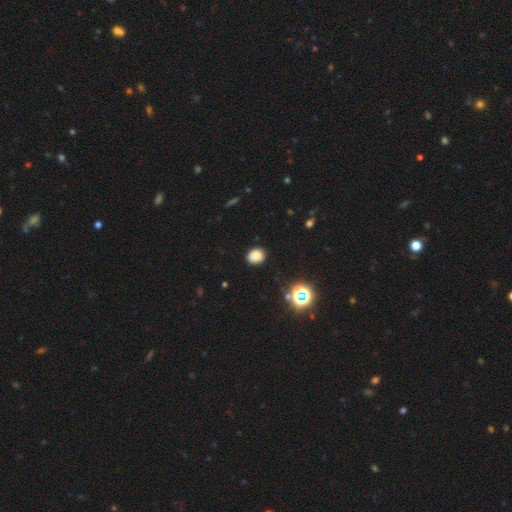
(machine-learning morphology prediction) Smooth or featured? Predicted: smooth (p=0.82). How rounded? Predicted: round (p=0.58). Merging? Predicted: none (p=0.88).